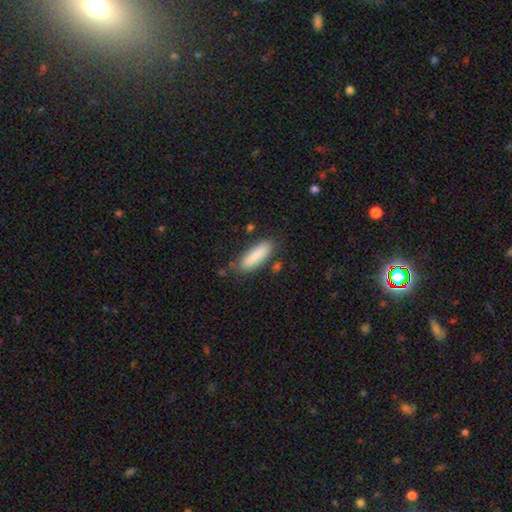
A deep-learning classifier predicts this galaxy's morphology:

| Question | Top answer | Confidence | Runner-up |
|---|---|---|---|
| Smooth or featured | smooth | 87% | featured or disk (7%) |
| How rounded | in between | 53% | cigar-shaped (46%) |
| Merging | none | 79% | minor disturbance (14%) |